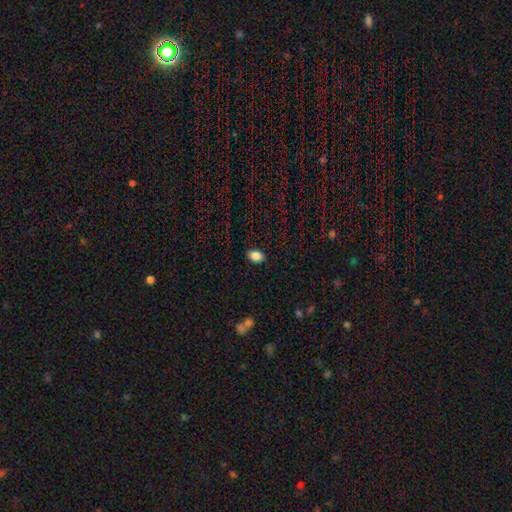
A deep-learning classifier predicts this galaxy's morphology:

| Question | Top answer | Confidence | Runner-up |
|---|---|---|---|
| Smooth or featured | smooth | 87% | star or artifact (8%) |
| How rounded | in between | 84% | round (15%) |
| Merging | none | 88% | minor disturbance (9%) |